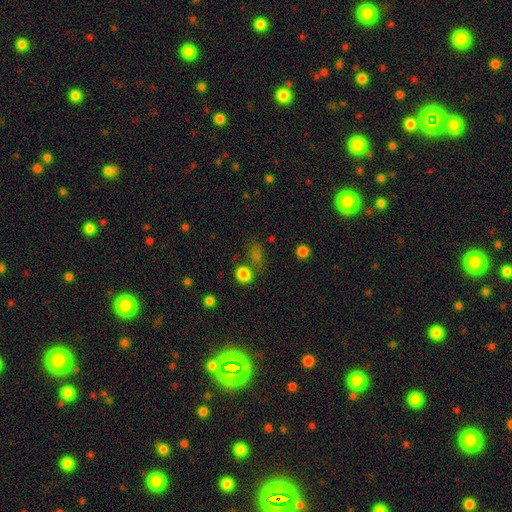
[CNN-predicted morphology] Smooth or featured: smooth — 51% (star or artifact — 40%)
How rounded: round — 59% (in between — 37%)
Merging: none — 68% (minor disturbance — 13%)